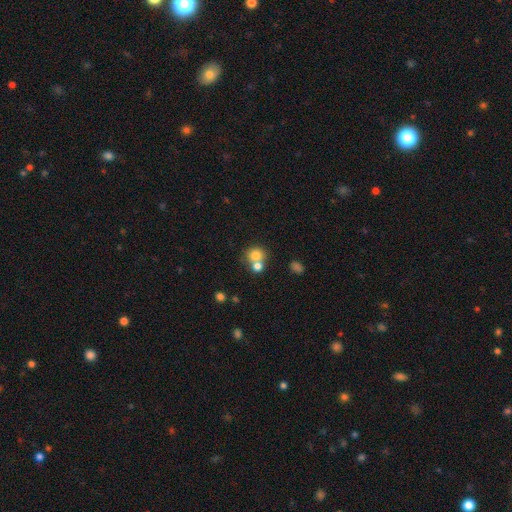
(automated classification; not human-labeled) smooth 77%, star or artifact 12%, featured or disk 12%. Down the decision tree: how rounded — round (80%); merging — merger (48%).